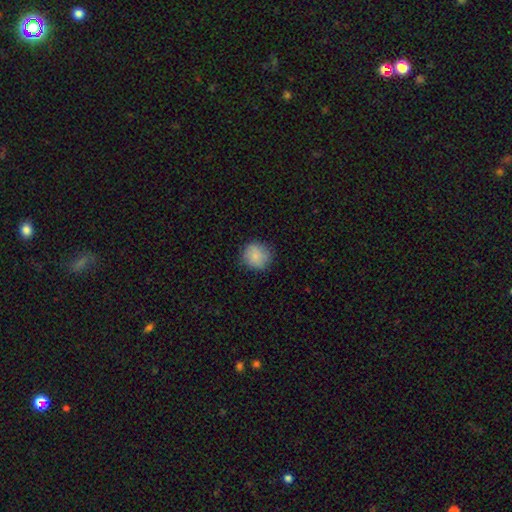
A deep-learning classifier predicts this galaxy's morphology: A smooth galaxy with no disk features (84%) that is round (89%).

Vote fractions:
- Smooth or featured? smooth: 84% / star or artifact: 9% / featured or disk: 8%
- How rounded? round: 89% / in between: 10% / cigar-shaped: 1%
- Merging? none: 81% / minor disturbance: 14% / major disturbance: 4% / merger: 1%